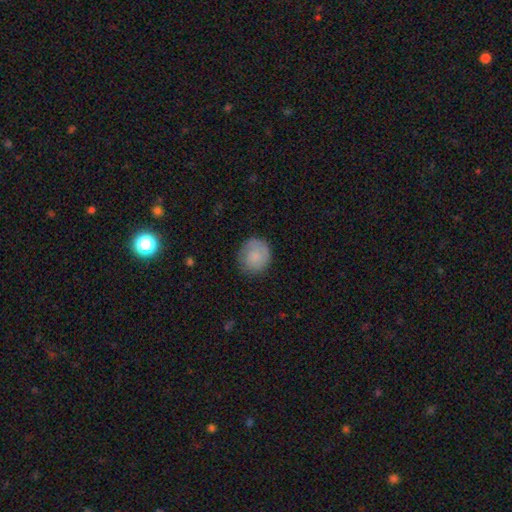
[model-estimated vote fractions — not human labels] Smooth or featured: smooth — 81% (featured or disk — 13%)
How rounded: round — 87% (in between — 12%)
Merging: none — 79% (minor disturbance — 16%)